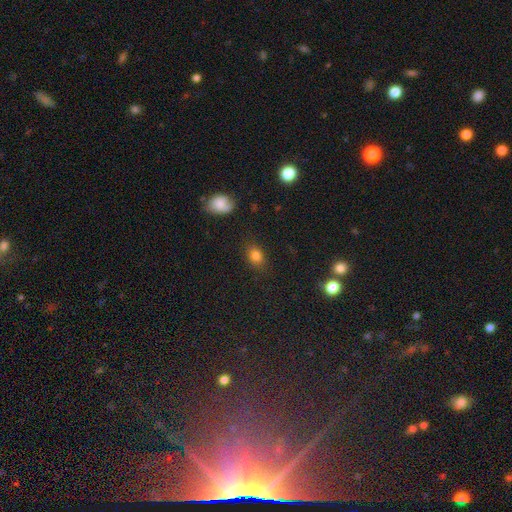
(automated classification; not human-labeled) Smooth or featured? smooth (80%)
How rounded? in between (61%)
Merging? none (81%)